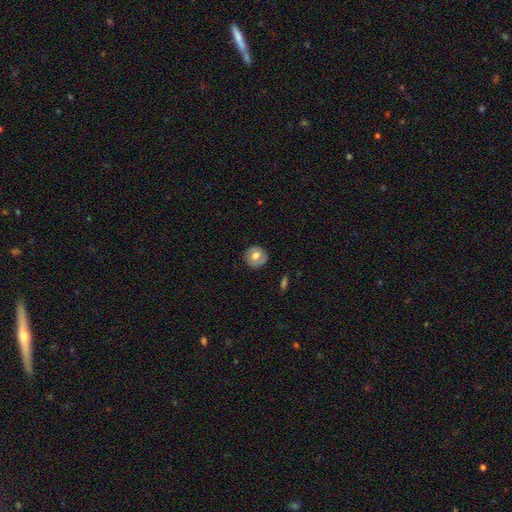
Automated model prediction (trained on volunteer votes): Smooth or featured?
  - smooth: 60% *
  - featured or disk: 33%
  - star or artifact: 7%
How rounded?
  - round: 88% *
  - in between: 11%
  - cigar-shaped: 1%
Merging?
  - none: 84% *
  - minor disturbance: 12%
  - major disturbance: 3%
  - merger: 1%